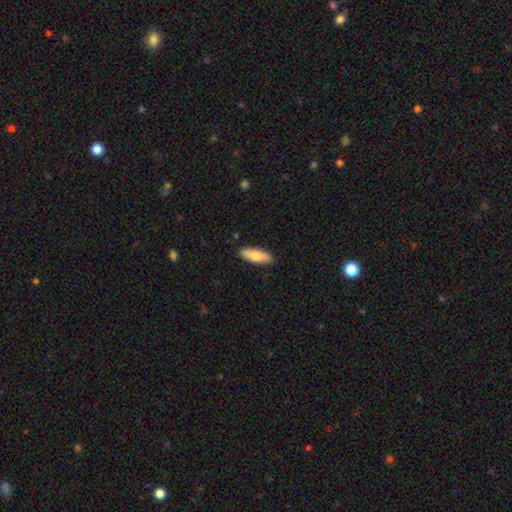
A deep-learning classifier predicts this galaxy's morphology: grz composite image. It shows a smooth galaxy with no disk features (69%) that is in between round and cigar-shaped (56%). Merging: none (88%).